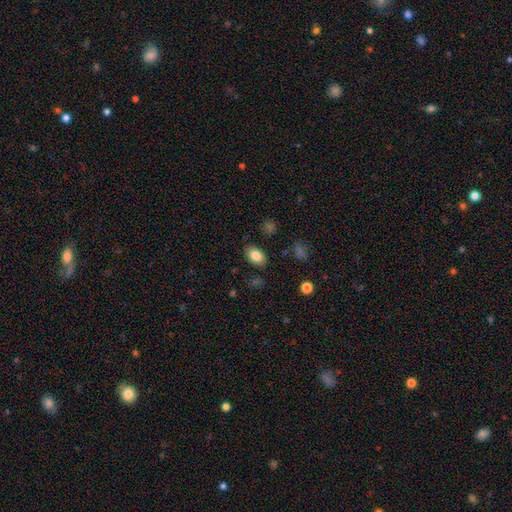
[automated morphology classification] Q: Smooth or featured?
A: smooth (83%); runner-up: star or artifact (8%)
Q: How rounded?
A: in between (88%); runner-up: round (11%)
Q: Merging?
A: none (85%); runner-up: minor disturbance (11%)